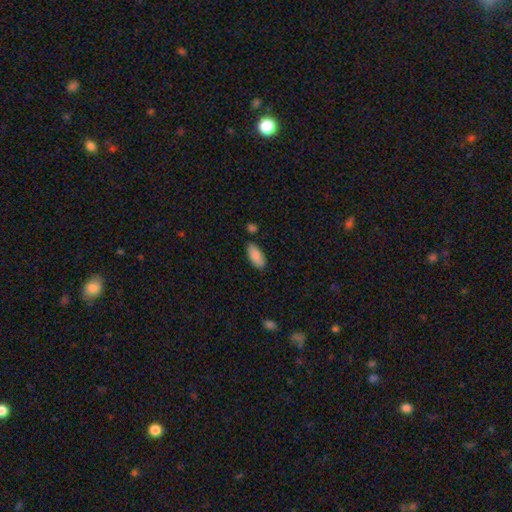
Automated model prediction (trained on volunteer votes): smooth-or-featured: smooth: 89% | star or artifact: 6% | featured or disk: 5%
  how-rounded: in between: 88% | cigar-shaped: 10% | round: 2%
  merging: none: 81% | minor disturbance: 12% | merger: 4% | major disturbance: 3%